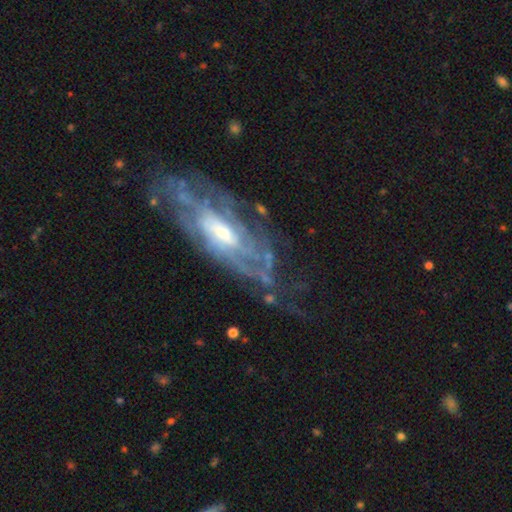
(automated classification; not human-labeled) This appears to be a featured or disk galaxy (84%) with no bar (49%), tight (60%) spiral arms (87%) and a moderate central bulge (59%). Merging: none (68%).